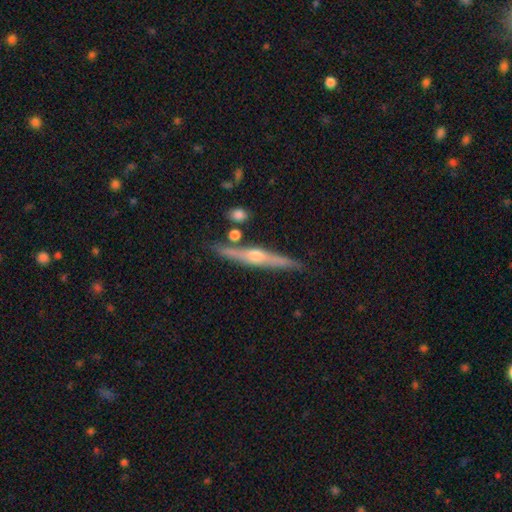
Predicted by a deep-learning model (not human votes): A featured or disk galaxy (73%) viewed edge-on (97%) with a rounded central bulge (89%).

Vote fractions:
- Smooth or featured? featured or disk: 73% / smooth: 21% / star or artifact: 6%
- Edge-on disk? yes: 97% / no: 3%
- Edge-on bulge? rounded: 89% / none: 7% / boxy: 4%
- Merging? none: 83% / minor disturbance: 10% / merger: 5% / major disturbance: 2%